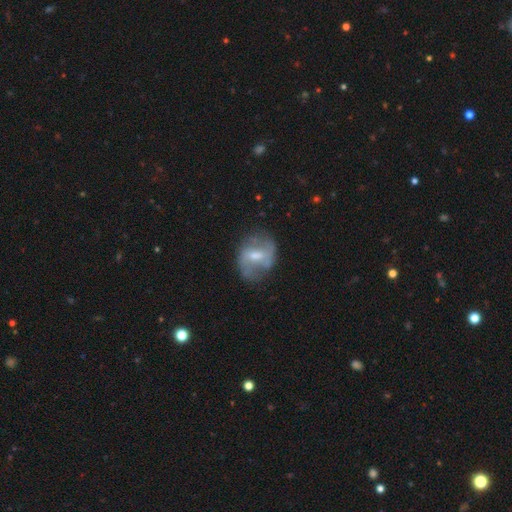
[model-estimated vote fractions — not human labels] This appears to be a featured or disk galaxy (63%) with a weak bar (53%), spiral arms (69%) and a moderate central bulge (49%). Merging: none (60%).